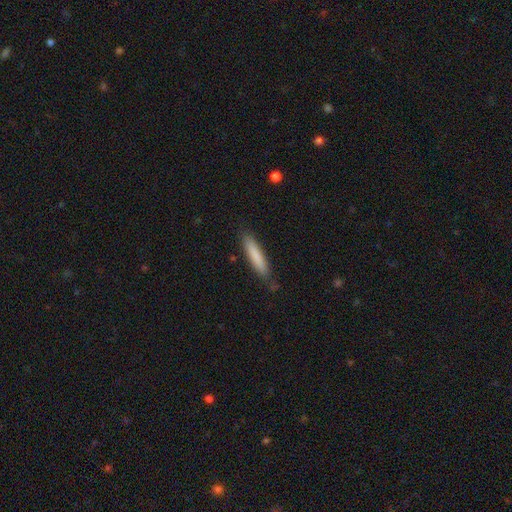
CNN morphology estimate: The model was most divided on "smooth or featured": smooth: 81%, featured or disk: 13%, star or artifact: 6%. More confident: how rounded — cigar-shaped (88%); merging — none (83%).